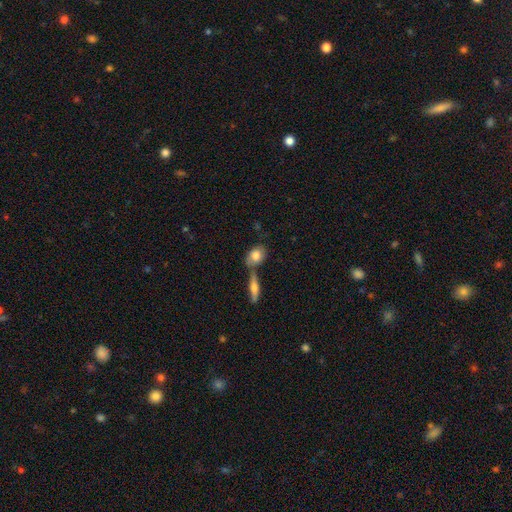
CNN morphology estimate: smooth-or-featured: smooth: 77% | featured or disk: 16% | star or artifact: 7%
  how-rounded: in between: 70% | round: 24% | cigar-shaped: 6%
  merging: none: 50% | merger: 34% | minor disturbance: 13% | major disturbance: 4%